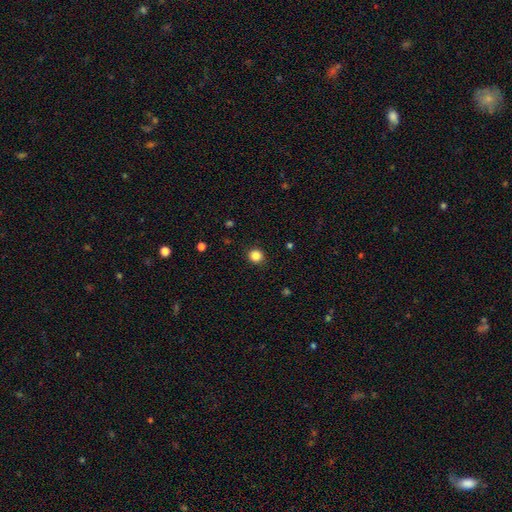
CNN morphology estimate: Q: Smooth or featured?
A: smooth (85%); runner-up: star or artifact (12%)
Q: How rounded?
A: round (89%); runner-up: in between (10%)
Q: Merging?
A: none (91%); runner-up: minor disturbance (6%)